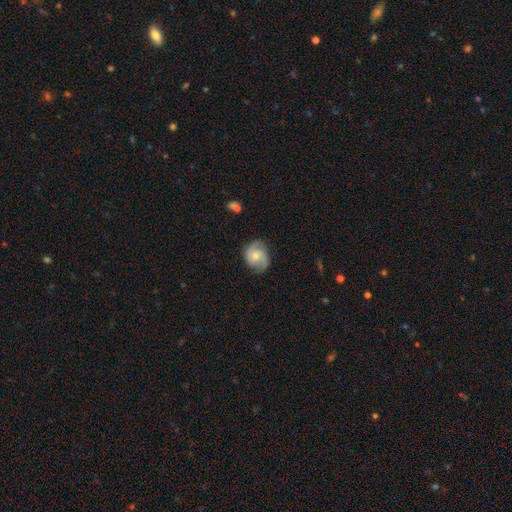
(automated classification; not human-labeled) Smooth or featured?
  - featured or disk: 63% *
  - smooth: 30%
  - star or artifact: 7%
Edge-on disk?
  - no: 97% *
  - yes: 3%
Bar?
  - no: 67% *
  - weak: 28%
  - strong: 5%
Spiral arms?
  - yes: 90% *
  - no: 10%
Spiral winding?
  - medium: 45% *
  - tight: 35%
  - loose: 19%
Spiral arm count?
  - 2: 74% *
  - can't tell: 12%
  - 3: 6%
  - 1: 4%
  - 4: 2%
  - more than 4: 1%
Bulge size?
  - moderate: 55% *
  - small: 40%
  - large: 2%
  - none: 2%
  - dominant: 1%
Merging?
  - none: 72% *
  - minor disturbance: 21%
  - major disturbance: 6%
  - merger: 1%